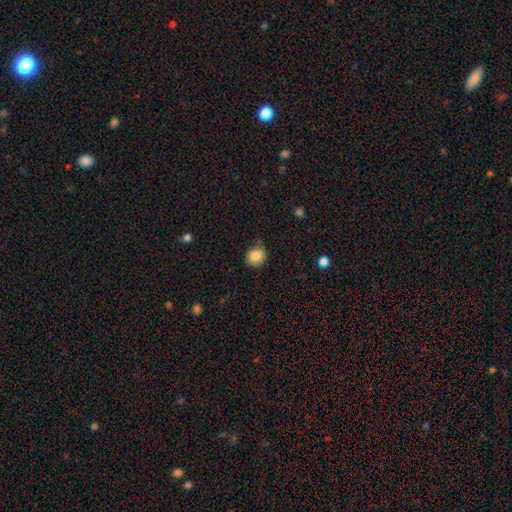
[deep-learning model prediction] Smooth or featured? Predicted: smooth (p=0.85). How rounded? Predicted: round (p=0.80). Merging? Predicted: none (p=0.71).